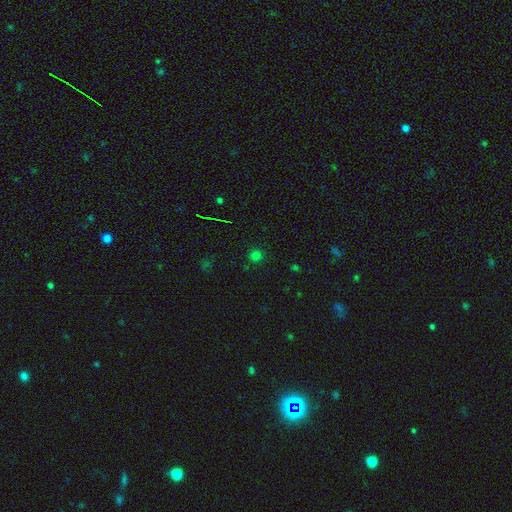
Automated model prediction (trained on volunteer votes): smooth 74%, star or artifact 22%, featured or disk 4%. Down the decision tree: how rounded — round (93%); merging — none (90%).